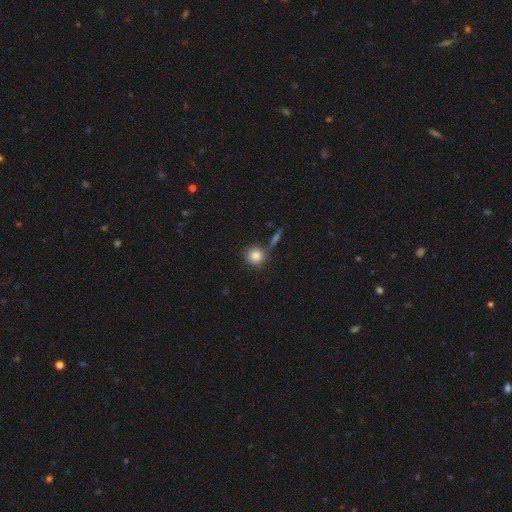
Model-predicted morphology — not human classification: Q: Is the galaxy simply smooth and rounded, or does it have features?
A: smooth — 84%.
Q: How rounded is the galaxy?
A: round — 90%.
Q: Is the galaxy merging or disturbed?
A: none — 72%.